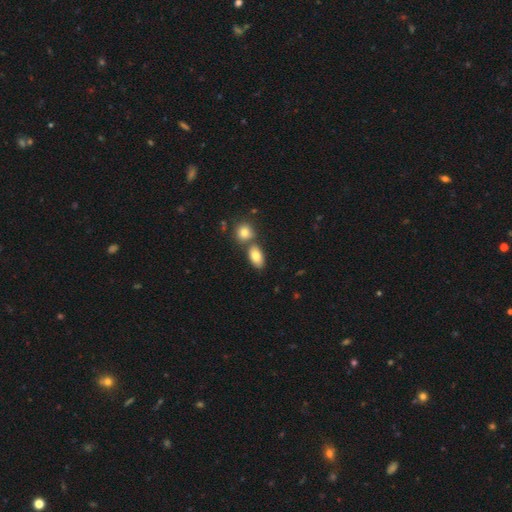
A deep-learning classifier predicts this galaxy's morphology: smooth-or-featured: smooth: 81% | featured or disk: 11% | star or artifact: 8%
  how-rounded: in between: 89% | round: 8% | cigar-shaped: 3%
  merging: none: 59% | merger: 28% | minor disturbance: 10% | major disturbance: 3%